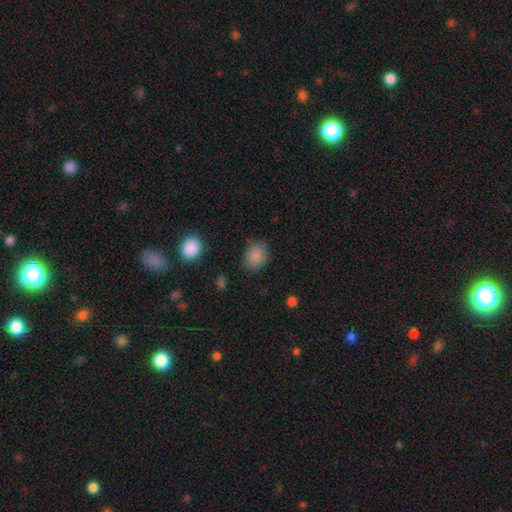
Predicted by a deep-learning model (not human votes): The model was most divided on "how rounded": in between: 57%, round: 42%, cigar-shaped: 1%. More confident: smooth or featured — smooth (86%); merging — none (79%).